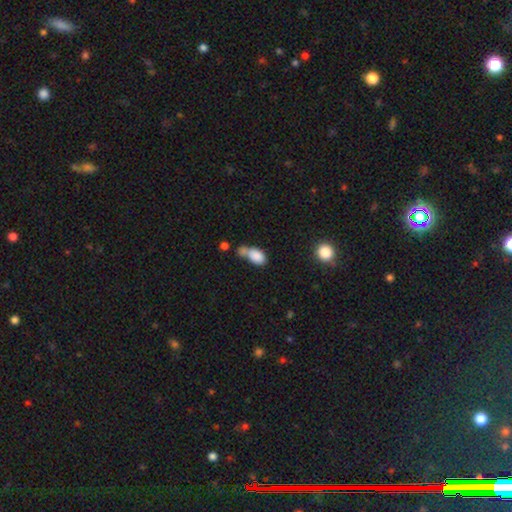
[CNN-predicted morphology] A smooth galaxy with no disk features (82%) that is in between round and cigar-shaped (88%).

Vote fractions:
- Smooth or featured? smooth: 82% / featured or disk: 9% / star or artifact: 9%
- How rounded? in between: 88% / round: 9% / cigar-shaped: 3%
- Merging? merger: 45% / none: 27% / minor disturbance: 18% / major disturbance: 10%